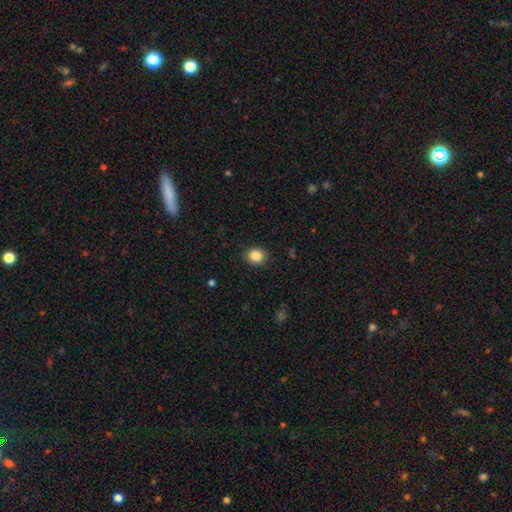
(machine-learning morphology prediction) type=smooth (86%); roundness=round (78%); merging=none (90%).